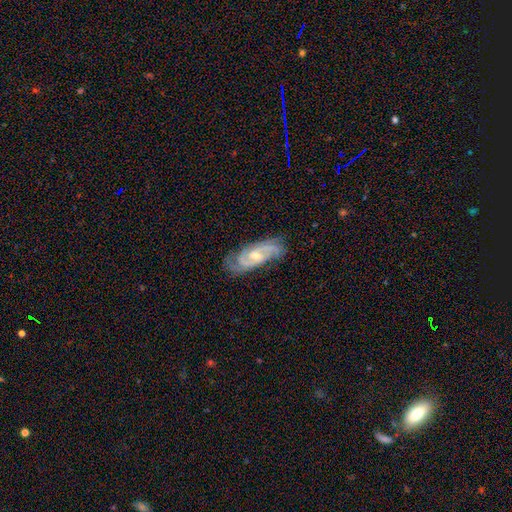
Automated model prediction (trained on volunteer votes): Smooth or featured? Predicted: featured or disk (p=0.87). Edge-on disk? Predicted: no (p=0.93). Bar? Predicted: weak (p=0.43, tied with no). Spiral arms? Predicted: yes (p=0.97). Spiral winding? Predicted: tight (p=0.51). Spiral arm count? Predicted: 2 (p=0.54). Bulge size? Predicted: moderate (p=0.51). Merging? Predicted: none (p=0.78).